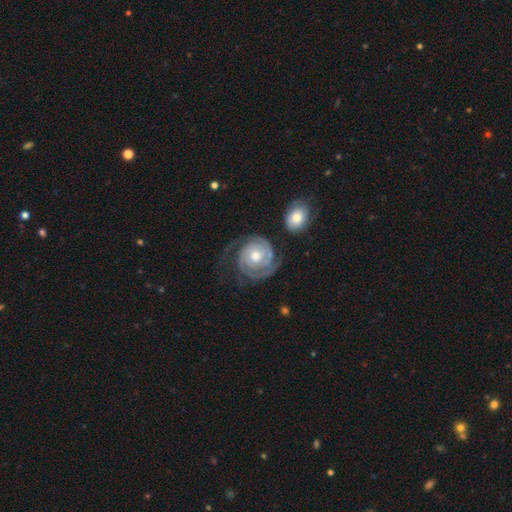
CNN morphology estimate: Q: Smooth or featured?
A: featured or disk (89%); runner-up: smooth (7%)
Q: Edge-on disk?
A: no (98%); runner-up: yes (2%)
Q: Bar?
A: no (77%); runner-up: weak (18%)
Q: Spiral arms?
A: yes (97%); runner-up: no (3%)
Q: Spiral winding?
A: tight (75%); runner-up: medium (20%)
Q: Spiral arm count?
A: 2 (61%); runner-up: 3 (14%)
Q: Bulge size?
A: moderate (71%); runner-up: small (20%)
Q: Merging?
A: none (64%); runner-up: minor disturbance (17%)